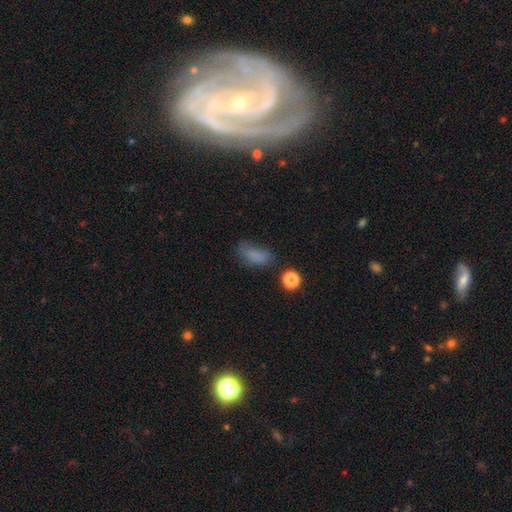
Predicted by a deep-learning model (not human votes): Morphology: type=smooth (73%); roundness=in between (83%); merging=none (47%).